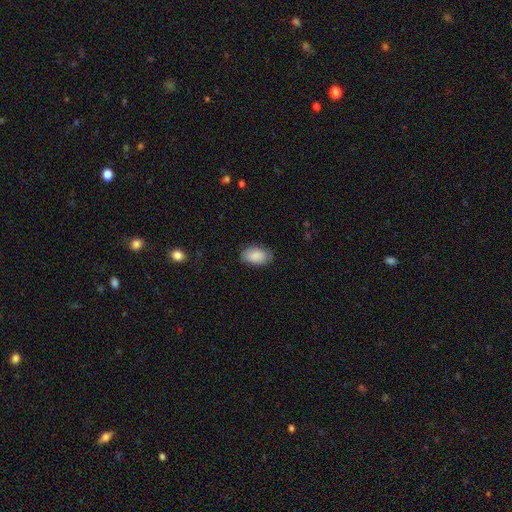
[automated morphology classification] Smooth or featured? Predicted: smooth (p=0.89). How rounded? Predicted: in between (p=0.93). Merging? Predicted: none (p=0.83).